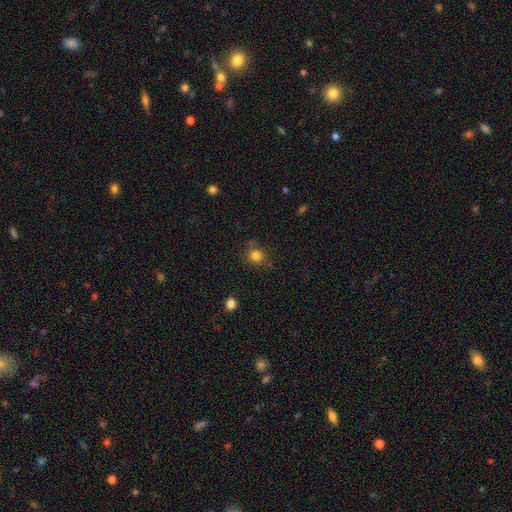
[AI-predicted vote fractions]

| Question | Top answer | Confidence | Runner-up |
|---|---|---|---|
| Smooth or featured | smooth | 82% | star or artifact (13%) |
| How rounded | round | 89% | in between (10%) |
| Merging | none | 78% | minor disturbance (14%) |